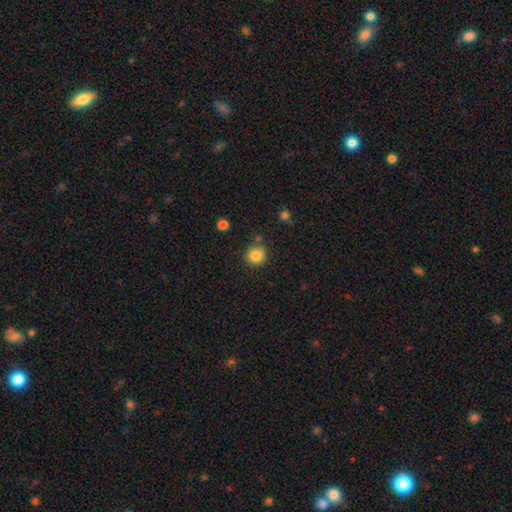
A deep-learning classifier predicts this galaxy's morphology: The model was most divided on "merging": none: 82%, minor disturbance: 9%, merger: 6%, major disturbance: 3%. More confident: how rounded — round (93%); smooth or featured — smooth (85%).